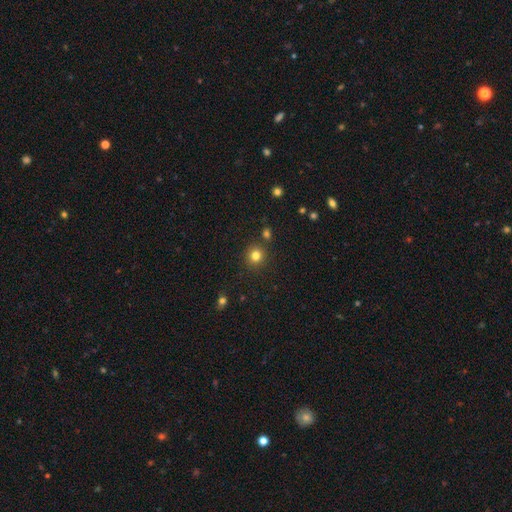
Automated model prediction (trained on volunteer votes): Overall: smooth (81%). How rounded: round (90%). Merging: none (85%).